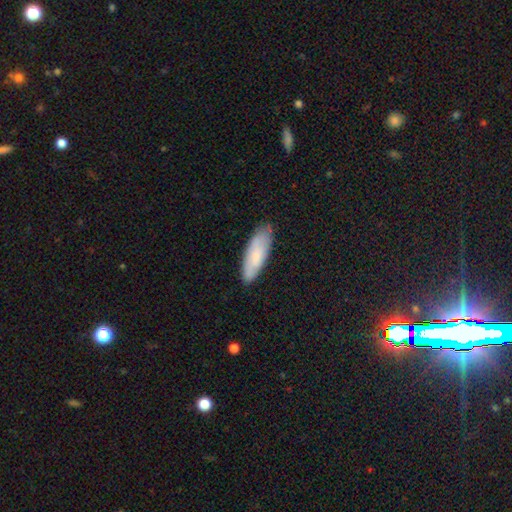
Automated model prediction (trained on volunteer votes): Smooth or featured?
  - smooth: 74% *
  - featured or disk: 20%
  - star or artifact: 6%
How rounded?
  - in between: 59% *
  - cigar-shaped: 39%
  - round: 2%
Merging?
  - none: 78% *
  - minor disturbance: 17%
  - major disturbance: 3%
  - merger: 1%